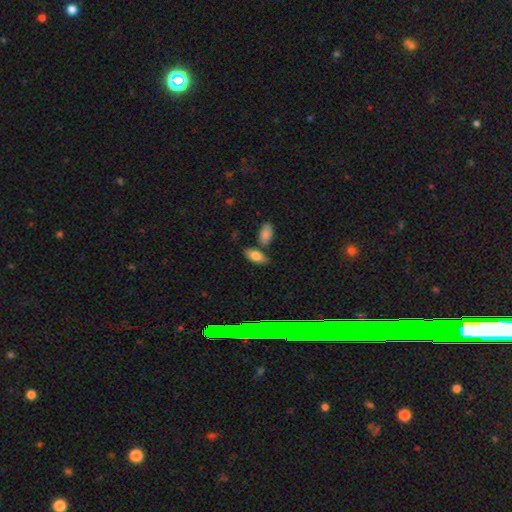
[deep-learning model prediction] A smooth galaxy with no disk features (73%) that is in between round and cigar-shaped (85%).

Vote fractions:
- Smooth or featured? smooth: 73% / featured or disk: 16% / star or artifact: 11%
- How rounded? in between: 85% / cigar-shaped: 10% / round: 4%
- Merging? none: 69% / minor disturbance: 14% / merger: 12% / major disturbance: 4%